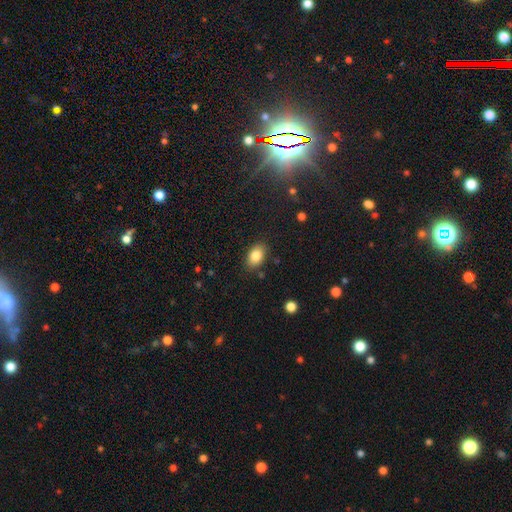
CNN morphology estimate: A smooth galaxy with no disk features (83%) that is in between round and cigar-shaped (87%).

Vote fractions:
- Smooth or featured? smooth: 83% / featured or disk: 8% / star or artifact: 8%
- How rounded? in between: 87% / round: 12% / cigar-shaped: 1%
- Merging? none: 85% / minor disturbance: 11% / major disturbance: 3% / merger: 2%